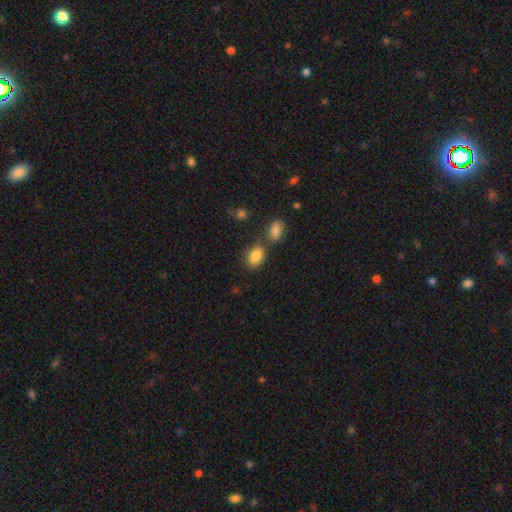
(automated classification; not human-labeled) Smooth or featured? smooth (85%)
How rounded? in between (85%)
Merging? none (61%)